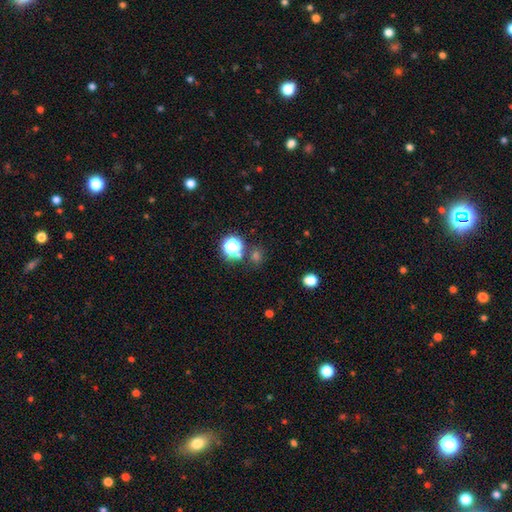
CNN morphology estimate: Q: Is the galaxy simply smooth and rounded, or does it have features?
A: smooth — 51%.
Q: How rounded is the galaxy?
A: round — 82%.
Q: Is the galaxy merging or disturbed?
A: none — 77%.